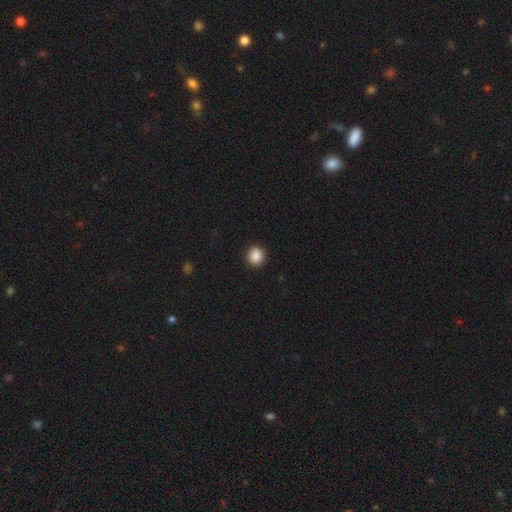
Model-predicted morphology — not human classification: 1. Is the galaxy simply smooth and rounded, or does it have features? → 88% smooth, 9% star or artifact, 2% featured or disk.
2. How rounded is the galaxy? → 91% round, 8% in between, 1% cigar-shaped.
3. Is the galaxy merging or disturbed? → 92% none, 5% minor disturbance, 2% major disturbance, 1% merger.